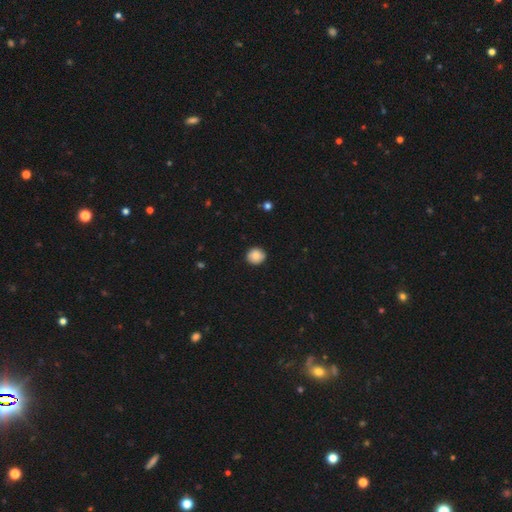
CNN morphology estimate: Smooth or featured? Predicted: smooth (p=0.85). How rounded? Predicted: round (p=0.88). Merging? Predicted: none (p=0.89).